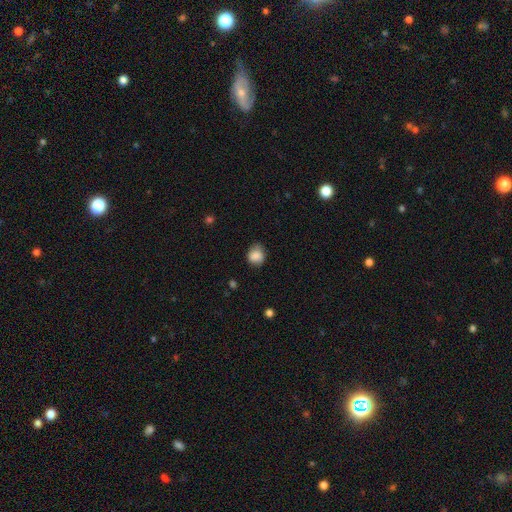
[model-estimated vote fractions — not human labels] Overall: smooth (83%). How rounded: round (67%; in between 32%). Merging: none (64%; minor disturbance 28%).